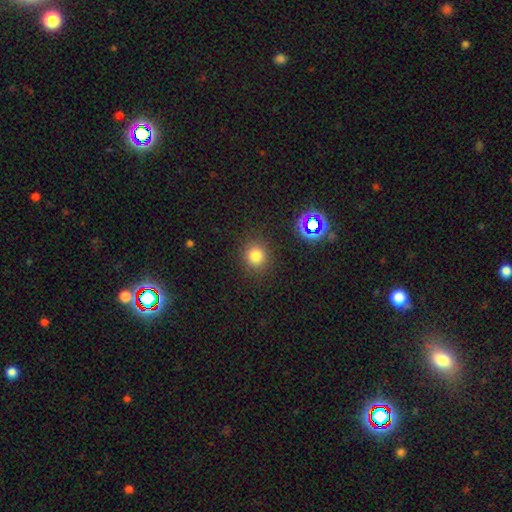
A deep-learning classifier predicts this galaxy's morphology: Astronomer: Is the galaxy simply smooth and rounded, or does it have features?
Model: smooth — 77%.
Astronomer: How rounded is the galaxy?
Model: round — 87%.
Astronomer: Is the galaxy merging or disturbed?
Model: none — 87%.